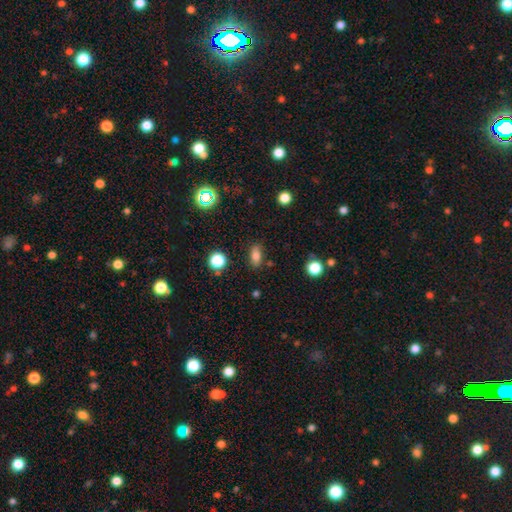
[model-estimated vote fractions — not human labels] This is likely a smooth galaxy (79%). How rounded: likely in between (78%). Merging: clearly none (80%).